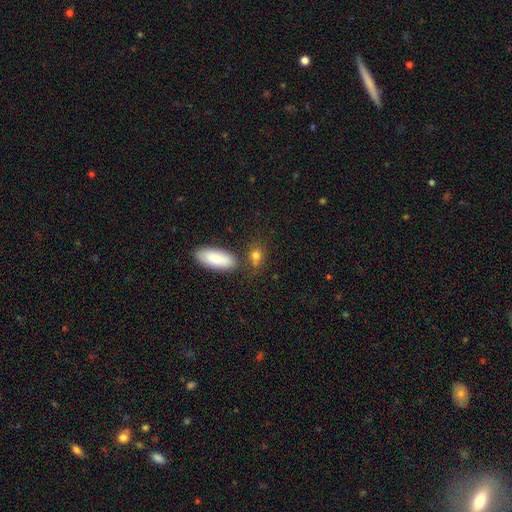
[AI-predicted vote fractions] The model was most divided on "how rounded": in between: 50%, round: 43%, cigar-shaped: 7%. More confident: smooth or featured — smooth (80%); merging — none (65%).